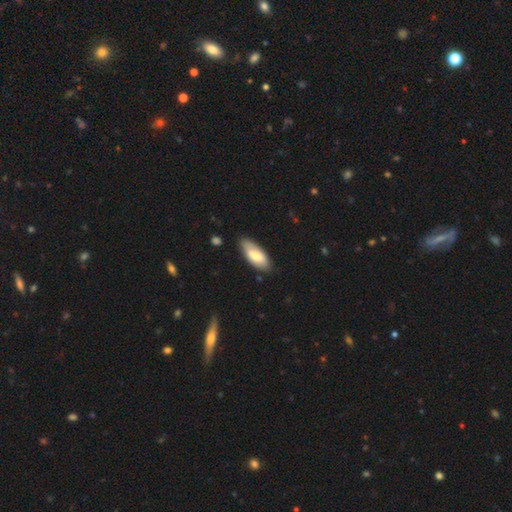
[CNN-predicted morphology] A smooth galaxy with no disk features (71%) that is in between round and cigar-shaped (84%).

Vote fractions:
- Smooth or featured? smooth: 71% / featured or disk: 24% / star or artifact: 6%
- How rounded? in between: 84% / cigar-shaped: 14% / round: 2%
- Merging? none: 78% / minor disturbance: 18% / major disturbance: 3% / merger: 2%